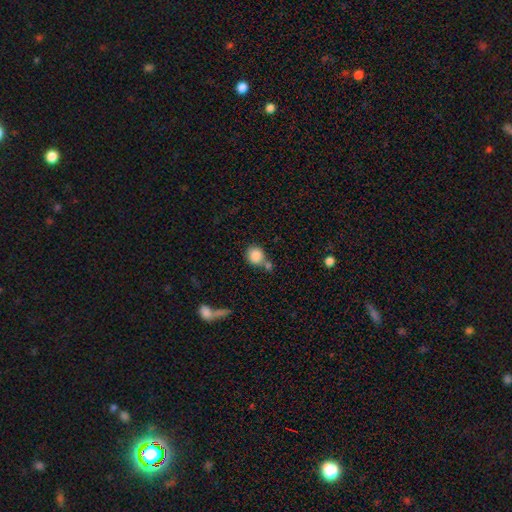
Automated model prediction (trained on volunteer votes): Smooth or featured: smooth — 86% (star or artifact — 9%)
How rounded: round — 83% (in between — 15%)
Merging: none — 58% (merger — 25%)